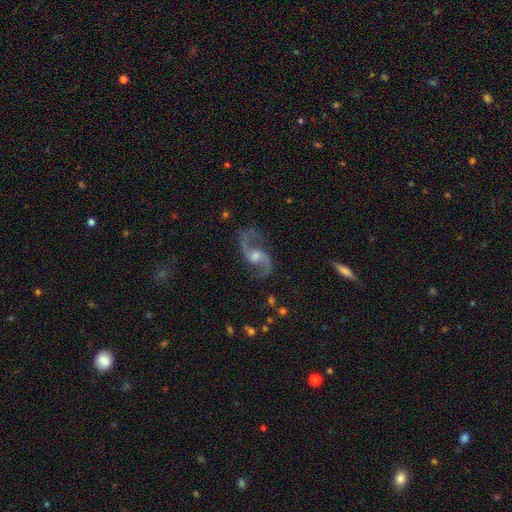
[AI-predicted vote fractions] Smooth or featured? Predicted: featured or disk (p=0.92). Edge-on disk? Predicted: no (p=0.97). Bar? Predicted: no (p=0.50). Spiral arms? Predicted: yes (p=0.98). Spiral winding? Predicted: loose (p=0.54). Spiral arm count? Predicted: 2 (p=0.94). Bulge size? Predicted: moderate (p=0.54). Merging? Predicted: none (p=0.81).